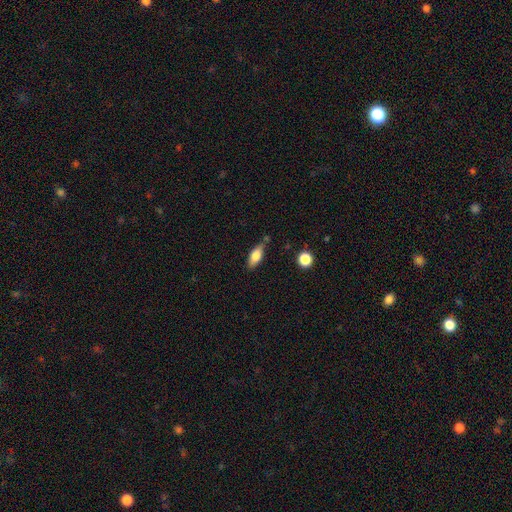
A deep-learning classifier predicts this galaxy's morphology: smooth-or-featured: smooth: 73% | featured or disk: 19% | star or artifact: 7%
  how-rounded: in between: 76% | cigar-shaped: 20% | round: 4%
  merging: none: 67% | minor disturbance: 22% | merger: 6% | major disturbance: 5%